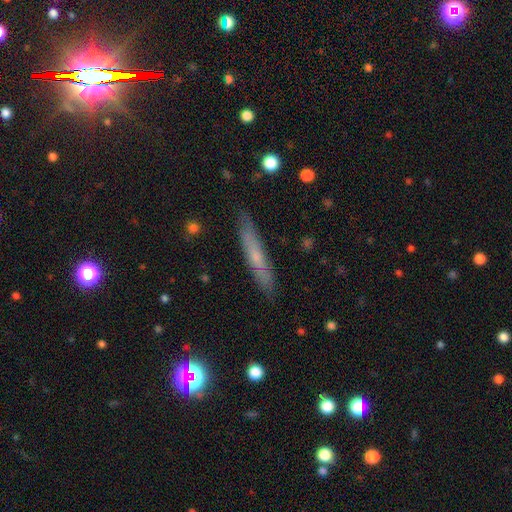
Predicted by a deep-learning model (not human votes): Smooth or featured: smooth — 49% (featured or disk — 42%)
Merging: none — 86% (minor disturbance — 11%)